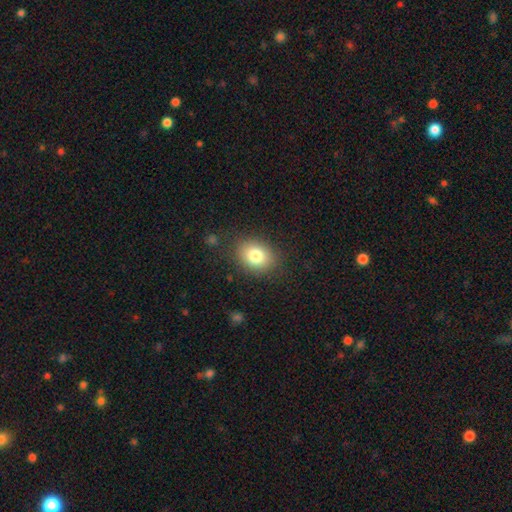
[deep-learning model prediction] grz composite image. It shows a smooth galaxy with no disk features (80%) that is in between round and cigar-shaped (56%). Merging: none (84%).